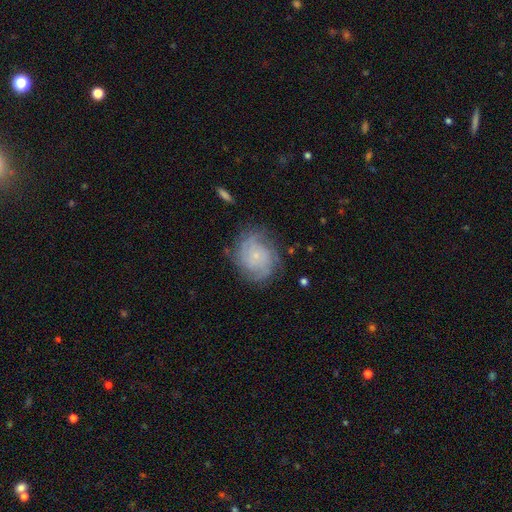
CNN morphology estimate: featured or disk 67%, smooth 23%, star or artifact 10%. Down the decision tree: edge-on disk — no (98%); bar — no (79%); spiral arms — yes (92%); spiral arm count — can't tell (39%); spiral winding — tight (59%); bulge size — small (76%); merging — none (76%).